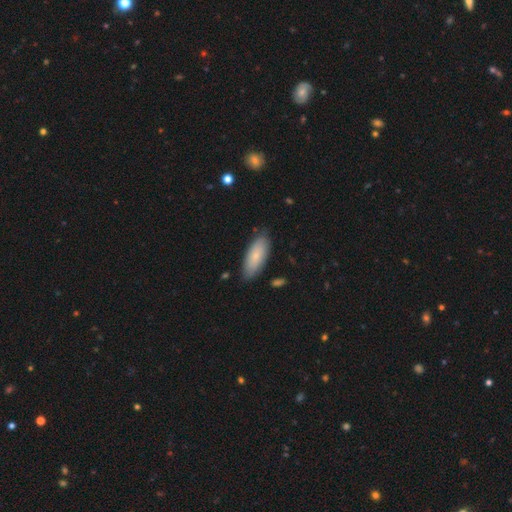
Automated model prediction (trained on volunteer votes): smooth-or-featured: smooth: 80% | featured or disk: 15% | star or artifact: 6%
  how-rounded: in between: 79% | cigar-shaped: 19% | round: 2%
  merging: none: 82% | minor disturbance: 14% | major disturbance: 2% | merger: 2%